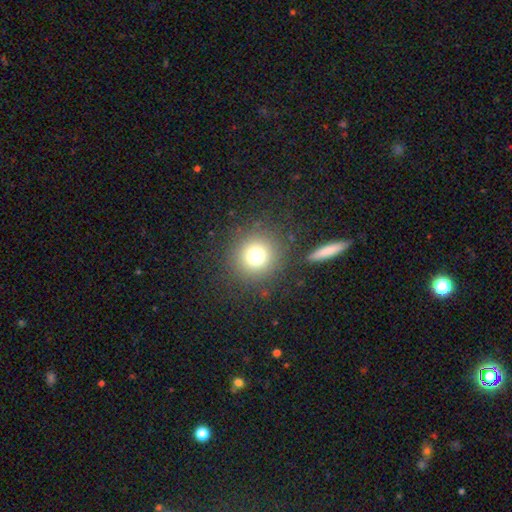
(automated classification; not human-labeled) The model was most divided on "smooth or featured": smooth: 74%, star or artifact: 16%, featured or disk: 10%. More confident: how rounded — round (93%); merging — none (85%).